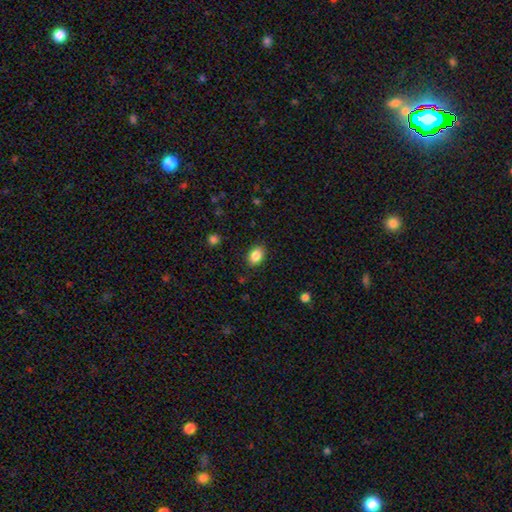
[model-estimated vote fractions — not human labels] Morphology: type=smooth (86%); roundness=in between (75%); merging=none (87%).